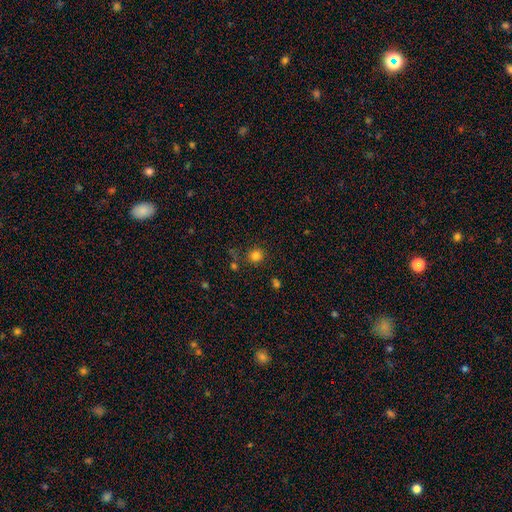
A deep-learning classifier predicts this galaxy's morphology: type=smooth (81%); roundness=round (92%); merging=none (85%).